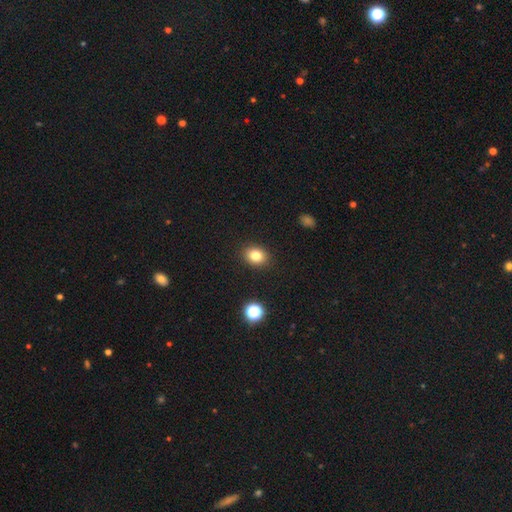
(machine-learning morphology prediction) smooth_or_featured: smooth (p=0.81) [alt: star or artifact p=0.12]
how_rounded: in between (p=0.51) [alt: round p=0.49]
merging: none (p=0.90) [alt: minor disturbance p=0.07]